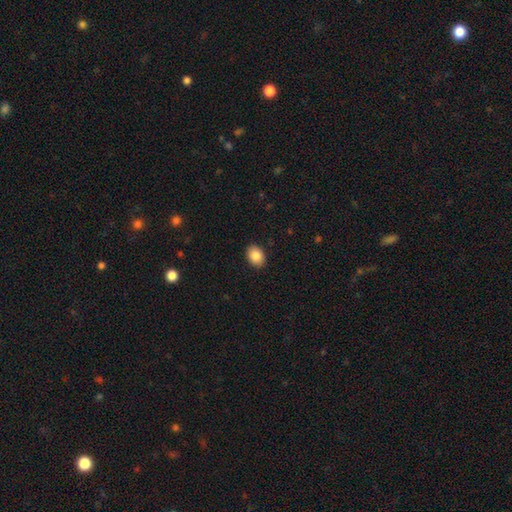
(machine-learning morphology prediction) Smooth or featured? smooth (86%)
How rounded? in between (69%)
Merging? none (90%)